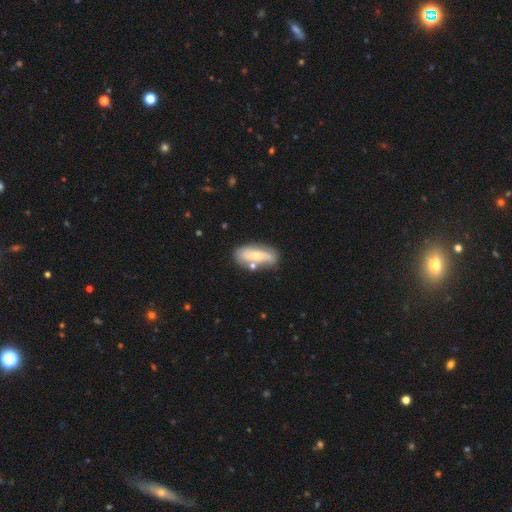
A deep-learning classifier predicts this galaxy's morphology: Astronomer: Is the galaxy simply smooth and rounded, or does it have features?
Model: featured or disk — 47%, tied with smooth at 47%.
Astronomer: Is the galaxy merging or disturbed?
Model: none — 62%.